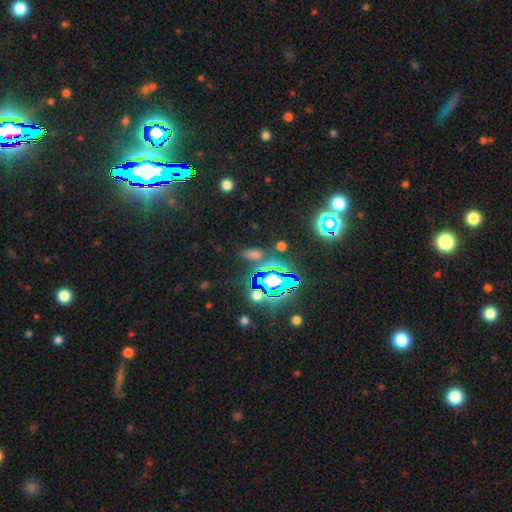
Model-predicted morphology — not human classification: This is likely a star or artifact rather than a galaxy (63%).